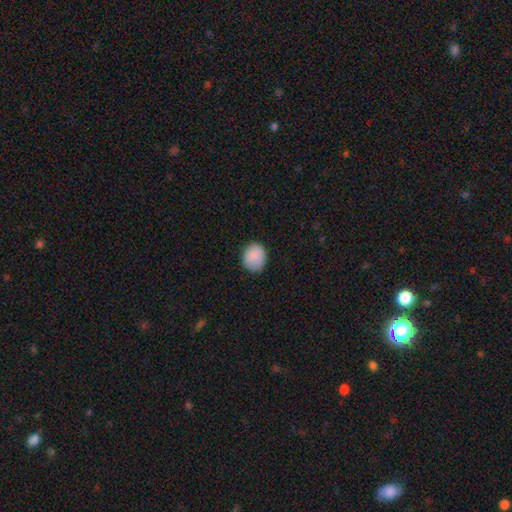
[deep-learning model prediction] This appears to be a smooth galaxy with no disk features (88%) that is round (60%). Merging: none (80%).